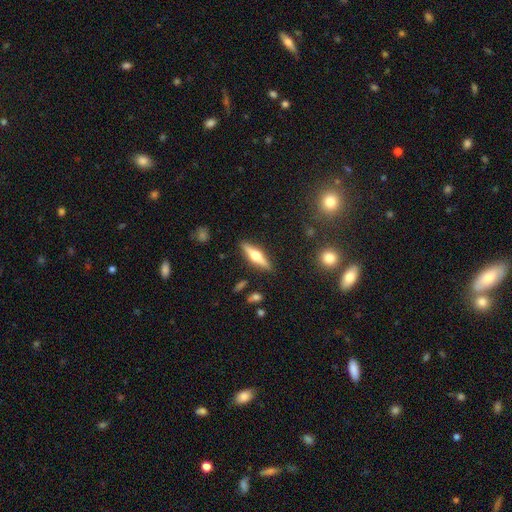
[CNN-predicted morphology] A featured or disk galaxy (60%) viewed edge-on (95%) with a rounded central bulge (93%). Merging: none (89%).